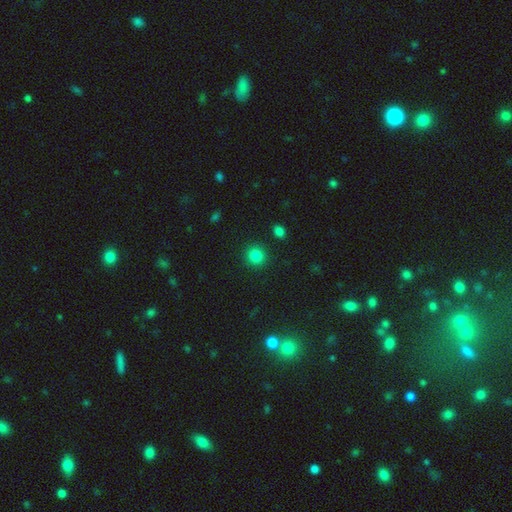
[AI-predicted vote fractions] Smooth or featured?
  - smooth: 84% *
  - star or artifact: 12%
  - featured or disk: 4%
How rounded?
  - round: 92% *
  - in between: 7%
  - cigar-shaped: 1%
Merging?
  - none: 91% *
  - minor disturbance: 5%
  - major disturbance: 2%
  - merger: 2%